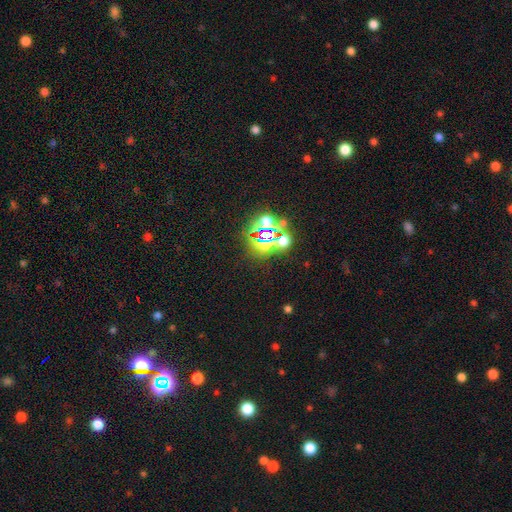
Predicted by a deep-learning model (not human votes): Q: Smooth or featured?
A: star or artifact (82%); runner-up: smooth (11%)